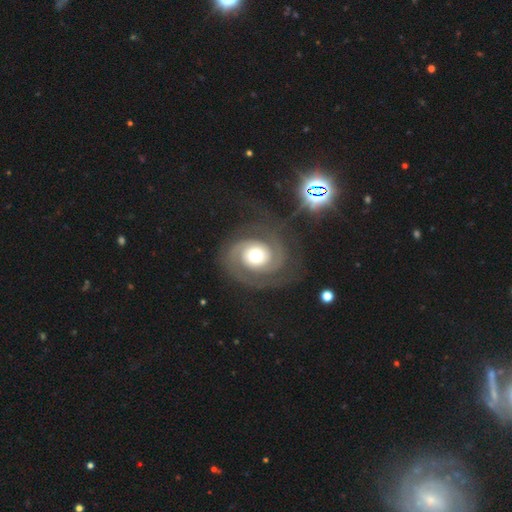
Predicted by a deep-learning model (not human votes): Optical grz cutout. It shows a featured or disk galaxy (87%) with no bar (78%), 2 (75%) tight (62%) spiral arms (96%) and a moderate central bulge (61%). Merging: none (71%).